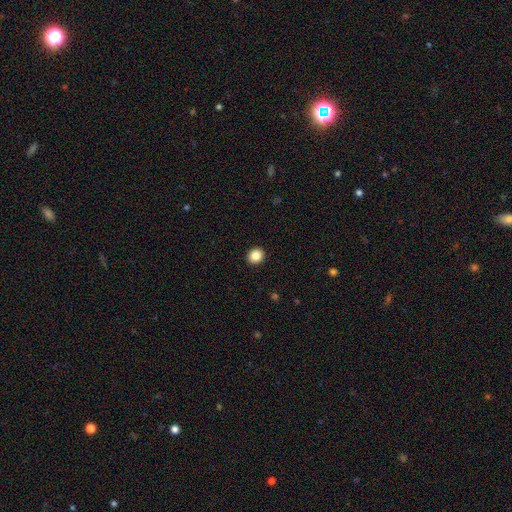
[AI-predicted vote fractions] Smooth or featured? Predicted: smooth (p=0.86). How rounded? Predicted: round (p=0.78). Merging? Predicted: none (p=0.93).